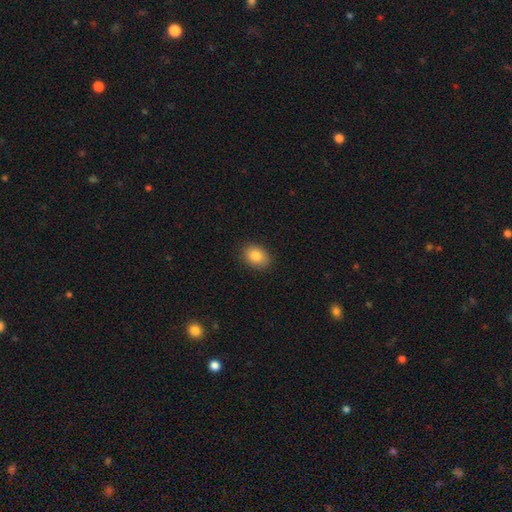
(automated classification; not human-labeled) Smooth or featured?
  - smooth: 85% *
  - star or artifact: 9%
  - featured or disk: 7%
How rounded?
  - in between: 70% *
  - round: 29%
  - cigar-shaped: 1%
Merging?
  - none: 88% *
  - minor disturbance: 9%
  - major disturbance: 2%
  - merger: 1%